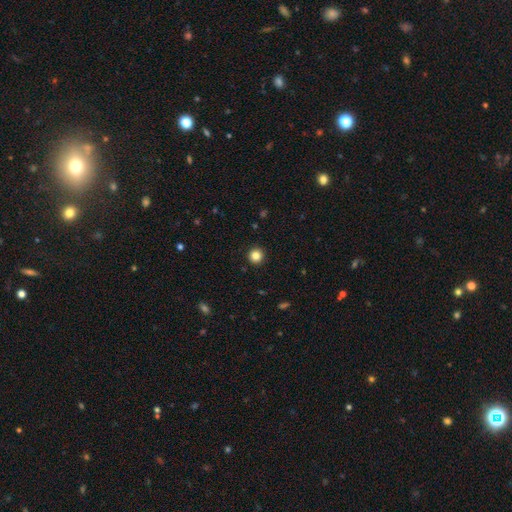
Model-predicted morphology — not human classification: A smooth galaxy with no disk features (84%) that is round (96%).

Vote fractions:
- Smooth or featured? smooth: 84% / star or artifact: 12% / featured or disk: 4%
- How rounded? round: 96% / in between: 3% / cigar-shaped: 1%
- Merging? none: 93% / minor disturbance: 4% / major disturbance: 2% / merger: 1%